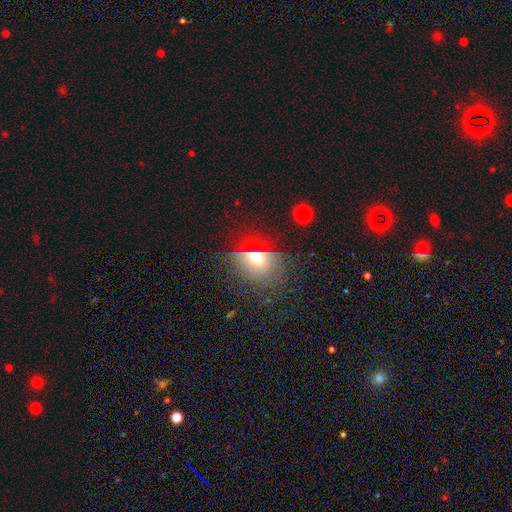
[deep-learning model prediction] Smooth or featured?
  - smooth: 56% *
  - star or artifact: 26%
  - featured or disk: 18%
How rounded?
  - in between: 51% *
  - round: 45%
  - cigar-shaped: 4%
Merging?
  - none: 72% *
  - minor disturbance: 15%
  - major disturbance: 10%
  - merger: 3%